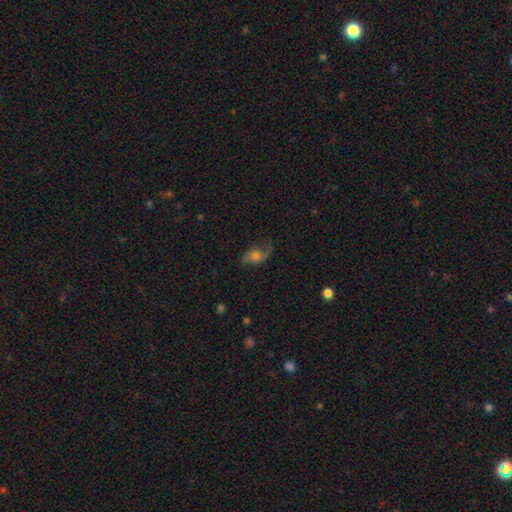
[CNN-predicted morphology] Smooth or featured?
  - featured or disk: 57% *
  - smooth: 32%
  - star or artifact: 11%
Edge-on disk?
  - no: 94% *
  - yes: 6%
Bar?
  - no: 73% *
  - weak: 22%
  - strong: 5%
Spiral arms?
  - yes: 87% *
  - no: 13%
Bulge size?
  - moderate: 51% *
  - small: 33%
  - large: 9%
  - none: 4%
  - dominant: 2%
Merging?
  - none: 62% *
  - minor disturbance: 23%
  - major disturbance: 14%
  - merger: 2%